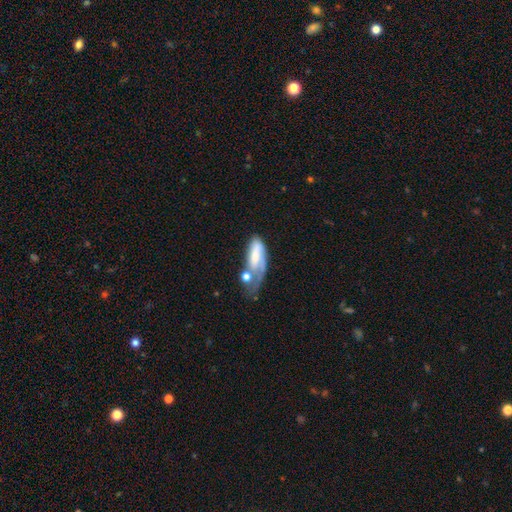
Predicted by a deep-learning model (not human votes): Overall: smooth (52%; featured or disk 42%). How rounded: in between (71%). Merging: major disturbance (31%; merger 30%).